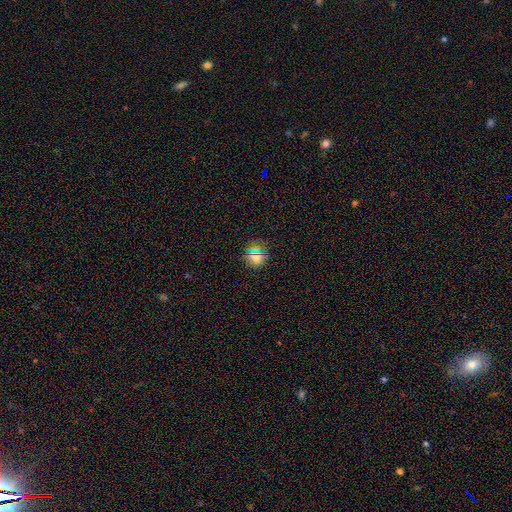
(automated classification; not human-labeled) Smooth or featured? smooth (64%)
How rounded? round (89%)
Merging? none (85%)